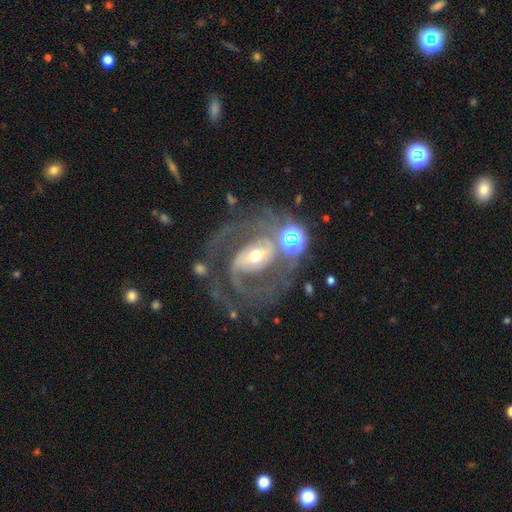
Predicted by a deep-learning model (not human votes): Smooth or featured: featured or disk — 85% (star or artifact — 8%)
Edge-on disk: no — 97% (yes — 3%)
Bar: weak — 39% (strong — 37%)
Spiral arms: yes — 95% (no — 5%)
Spiral winding: medium — 53% (loose — 27%)
Spiral arm count: 2 — 70% (can't tell — 9%)
Bulge size: moderate — 61% (small — 29%)
Merging: none — 49% (major disturbance — 24%)